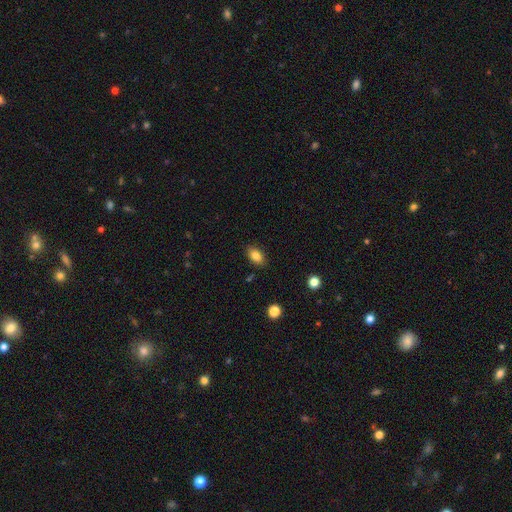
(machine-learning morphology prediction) Smooth or featured?
  - smooth: 84% *
  - star or artifact: 9%
  - featured or disk: 7%
How rounded?
  - in between: 87% *
  - round: 11%
  - cigar-shaped: 2%
Merging?
  - none: 86% *
  - minor disturbance: 10%
  - major disturbance: 3%
  - merger: 2%